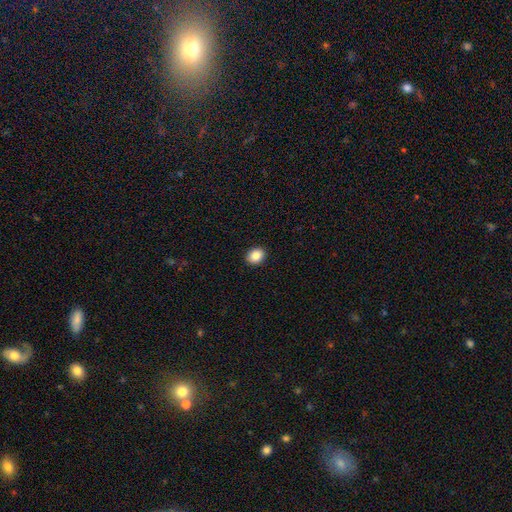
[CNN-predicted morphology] Overall: smooth (86%). How rounded: round (53%; in between 46%). Merging: none (92%).